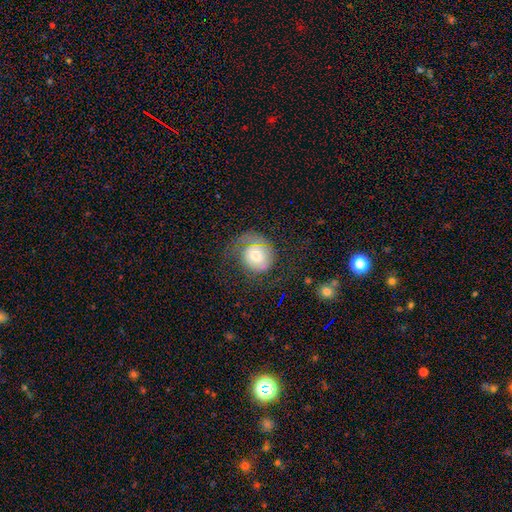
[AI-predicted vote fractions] Smooth or featured: smooth — 54% (featured or disk — 37%)
How rounded: round — 79% (in between — 20%)
Merging: none — 45% (major disturbance — 32%)